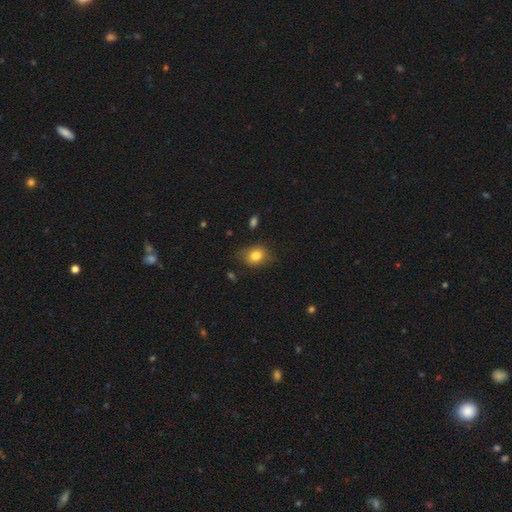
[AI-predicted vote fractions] Smooth or featured? Predicted: smooth (p=0.81). How rounded? Predicted: in between (p=0.55). Merging? Predicted: none (p=0.73).